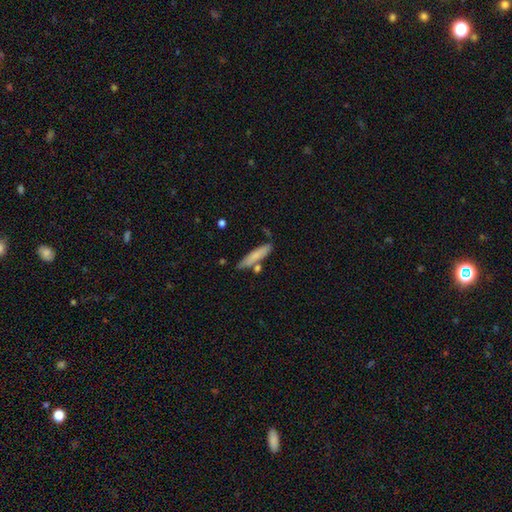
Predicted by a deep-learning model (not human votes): A smooth galaxy with no disk features (75%) that is cigar-shaped (86%).

Vote fractions:
- Smooth or featured? smooth: 75% / featured or disk: 19% / star or artifact: 6%
- How rounded? cigar-shaped: 86% / in between: 13% / round: 2%
- Merging? none: 75% / minor disturbance: 14% / merger: 8% / major disturbance: 3%